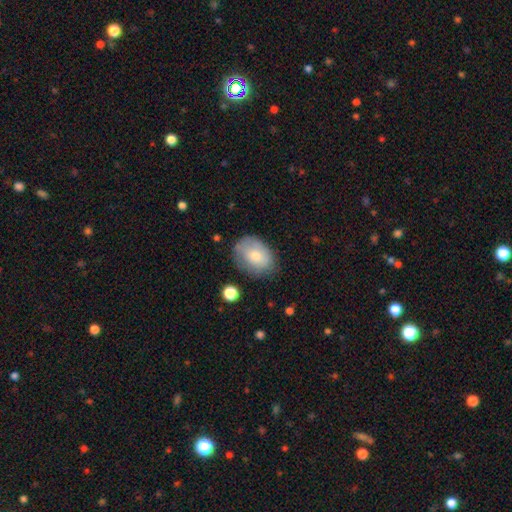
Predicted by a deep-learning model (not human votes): A smooth galaxy with no disk features (72%) that is in between round and cigar-shaped (68%). Merging: none (66%).